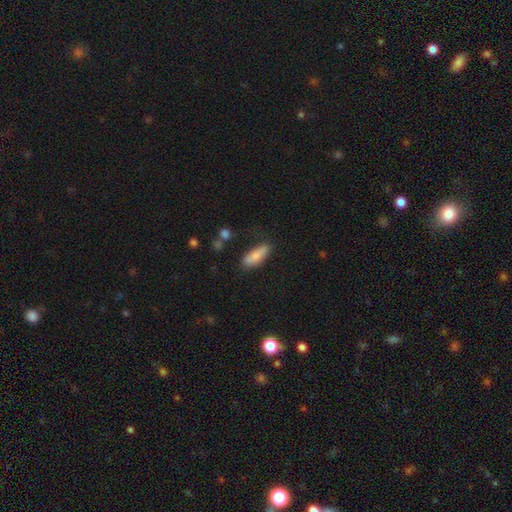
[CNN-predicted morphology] type=smooth (81%); roundness=in between (62%); merging=none (73%).